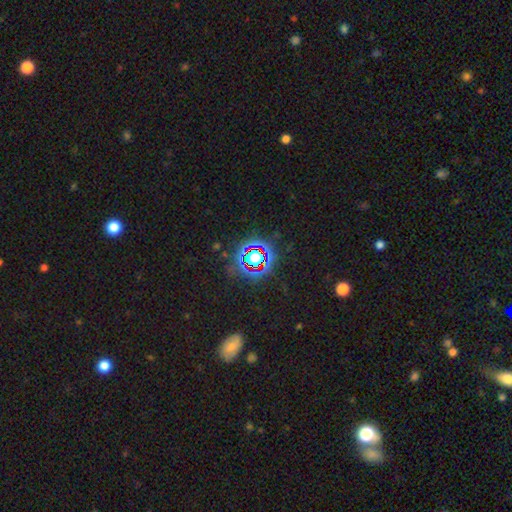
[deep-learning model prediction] This appears to be a star or artifact, not a galaxy (71%).